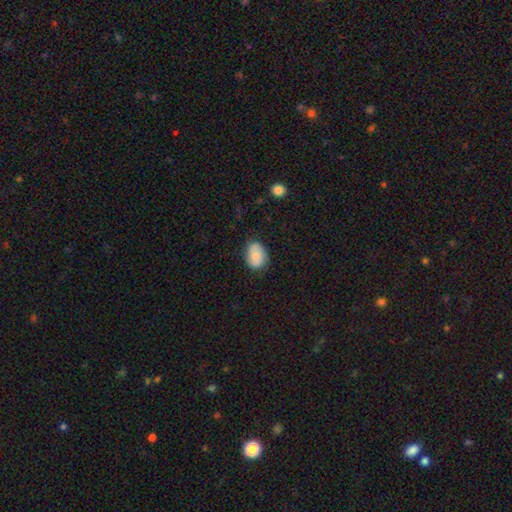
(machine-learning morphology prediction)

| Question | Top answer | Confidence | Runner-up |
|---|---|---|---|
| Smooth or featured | smooth | 64% | featured or disk (28%) |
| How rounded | in between | 75% | round (24%) |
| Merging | none | 72% | minor disturbance (21%) |